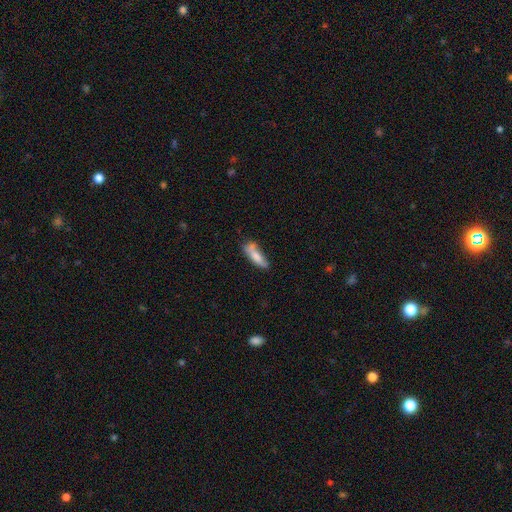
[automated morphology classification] A smooth galaxy with no disk features (74%) that is cigar-shaped (50%).

Vote fractions:
- Smooth or featured? smooth: 74% / featured or disk: 18% / star or artifact: 7%
- How rounded? cigar-shaped: 50% / in between: 48% / round: 2%
- Merging? none: 48% / minor disturbance: 29% / merger: 12% / major disturbance: 11%